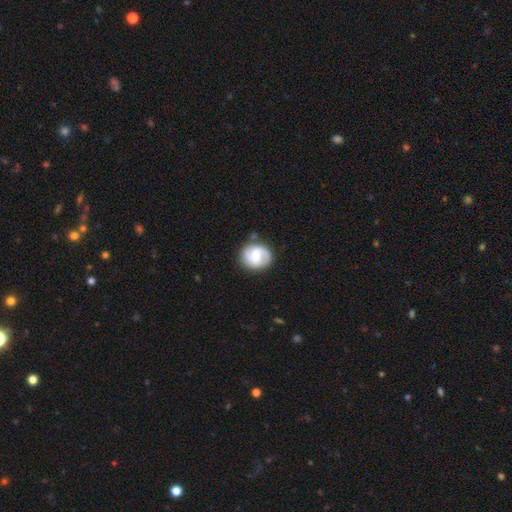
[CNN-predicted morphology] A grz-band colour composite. It shows a featured or disk galaxy (70%) with a weak bar (52%), 2 (83%) medium (45%) spiral arms (93%) and a moderate central bulge (43%). Merging: none (75%).